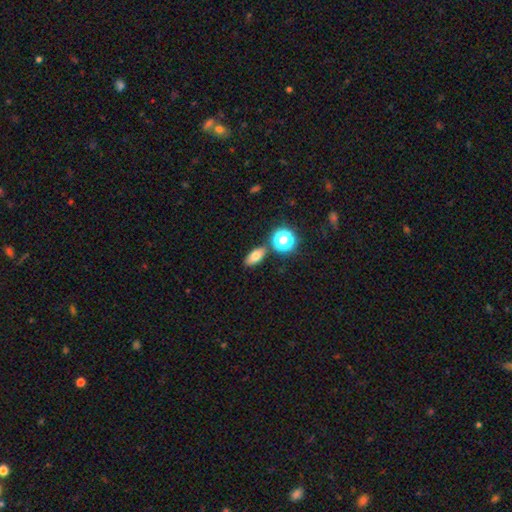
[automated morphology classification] smooth-or-featured: smooth: 74% | star or artifact: 15% | featured or disk: 11%
  how-rounded: in between: 77% | round: 14% | cigar-shaped: 8%
  merging: none: 81% | minor disturbance: 10% | merger: 7% | major disturbance: 3%